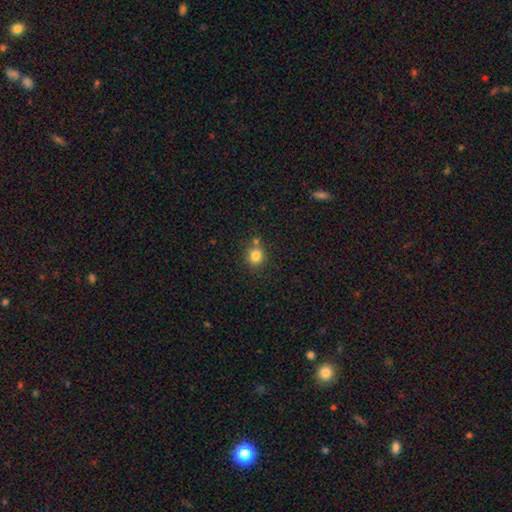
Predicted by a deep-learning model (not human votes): This is clearly a smooth galaxy (82%). How rounded: clearly round (86%). Merging: likely none (72%).